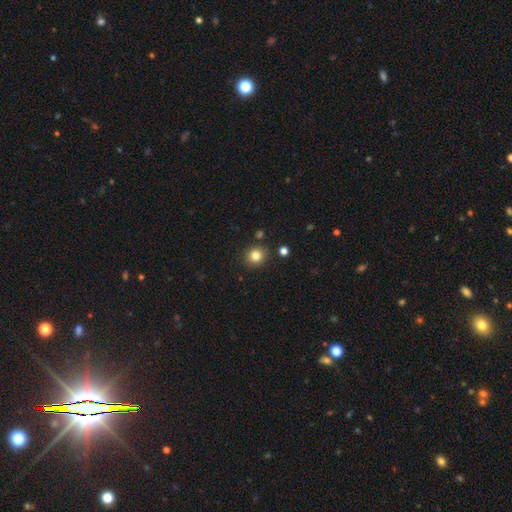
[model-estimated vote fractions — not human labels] Smooth or featured?
  - smooth: 82% *
  - star or artifact: 12%
  - featured or disk: 6%
How rounded?
  - round: 85% *
  - in between: 14%
  - cigar-shaped: 1%
Merging?
  - none: 87% *
  - minor disturbance: 7%
  - merger: 3%
  - major disturbance: 2%